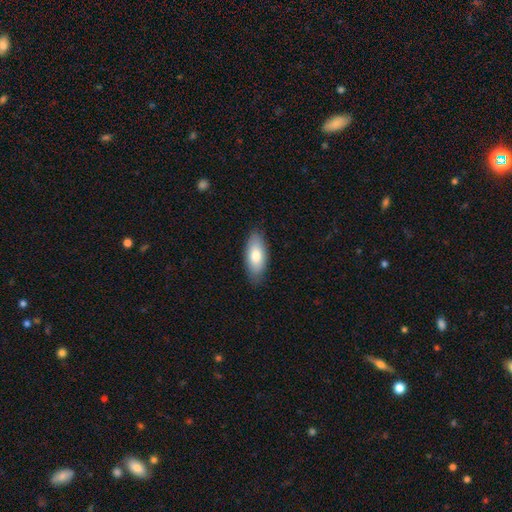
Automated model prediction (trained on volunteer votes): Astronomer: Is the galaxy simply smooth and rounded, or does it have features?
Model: smooth — 78%.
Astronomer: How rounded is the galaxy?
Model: in between — 87%.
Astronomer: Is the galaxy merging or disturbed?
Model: none — 84%.